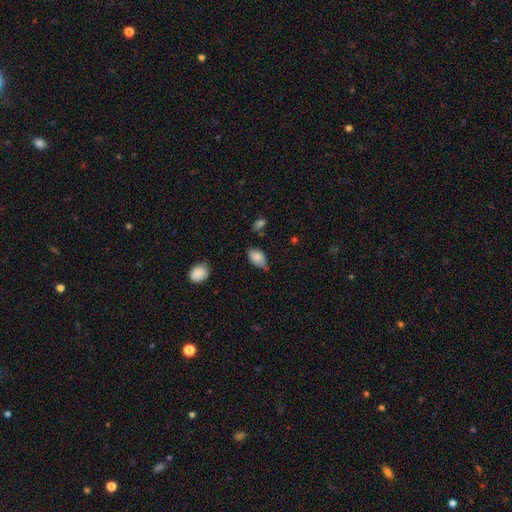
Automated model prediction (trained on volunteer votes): A smooth galaxy with no disk features (81%) that is in between round and cigar-shaped (92%).

Vote fractions:
- Smooth or featured? smooth: 81% / featured or disk: 11% / star or artifact: 8%
- How rounded? in between: 92% / round: 6% / cigar-shaped: 2%
- Merging? none: 57% / minor disturbance: 34% / major disturbance: 6% / merger: 3%